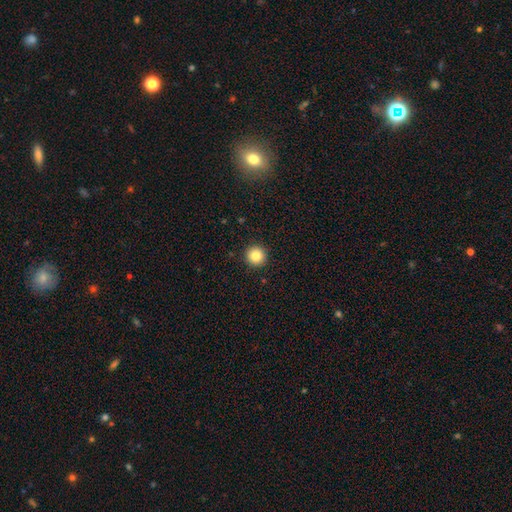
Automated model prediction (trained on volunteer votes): This is clearly a smooth galaxy (85%). How rounded: clearly round (96%). Merging: clearly none (93%).